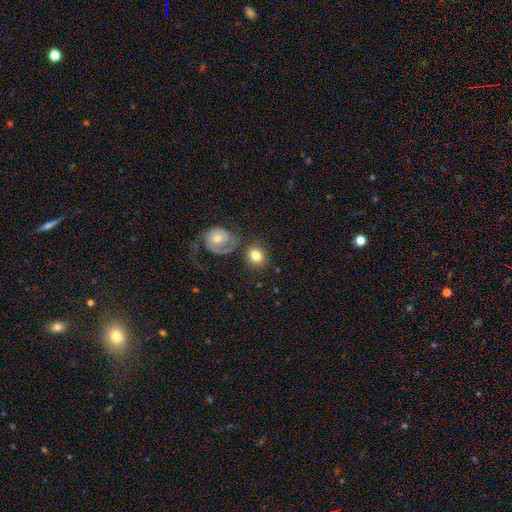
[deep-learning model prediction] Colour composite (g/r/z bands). It shows a smooth galaxy with no disk features (77%) that is round (77%). Merging: none (67%).